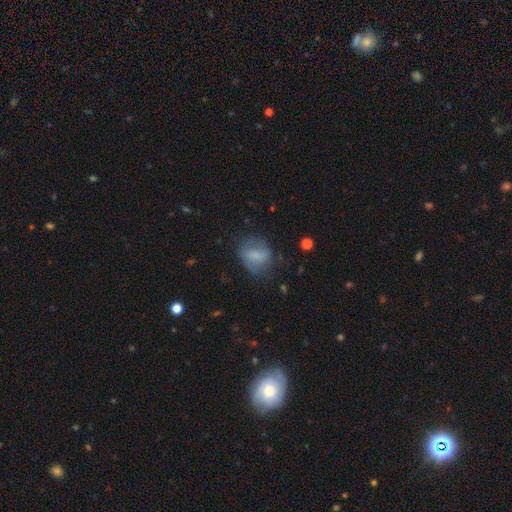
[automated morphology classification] This appears to be a smooth galaxy with no disk features (62%) that is in between round and cigar-shaped (61%). Merging: none (58%).